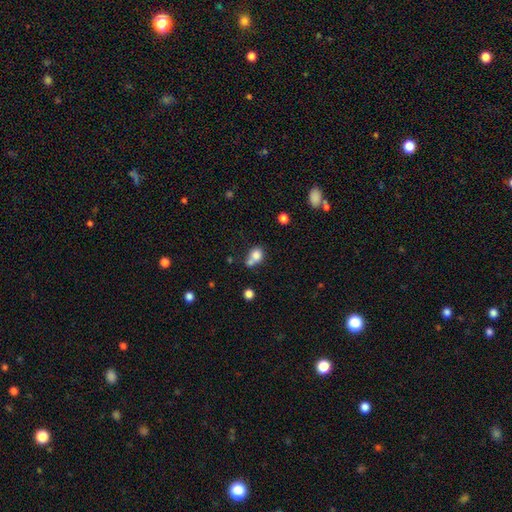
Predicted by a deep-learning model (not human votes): The model was most divided on "merging": merger: 46%, none: 37%, minor disturbance: 11%, major disturbance: 5%. More confident: smooth or featured — smooth (79%); how rounded — round (62%).